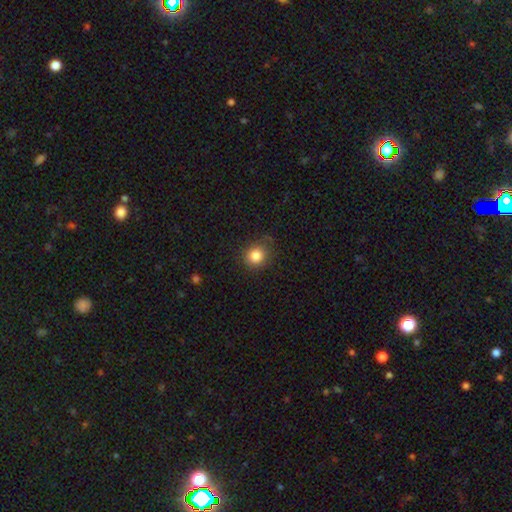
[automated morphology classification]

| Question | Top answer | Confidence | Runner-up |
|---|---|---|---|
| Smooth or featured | smooth | 83% | star or artifact (11%) |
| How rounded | round | 83% | in between (16%) |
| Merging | none | 81% | minor disturbance (14%) |